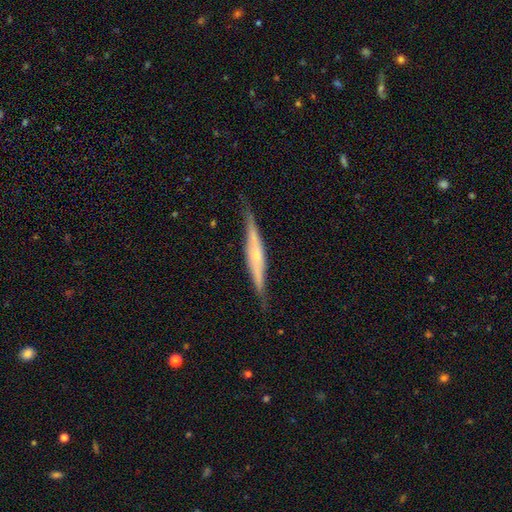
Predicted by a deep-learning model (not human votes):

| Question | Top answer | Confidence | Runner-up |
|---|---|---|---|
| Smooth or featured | featured or disk | 73% | smooth (21%) |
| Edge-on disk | yes | 94% | no (6%) |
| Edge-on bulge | rounded | 70% | none (18%) |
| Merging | none | 83% | minor disturbance (13%) |